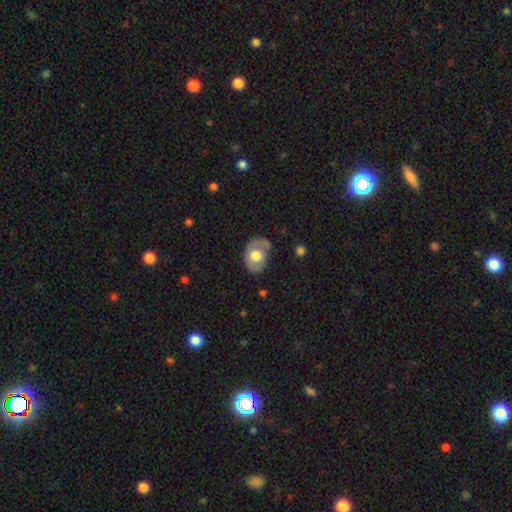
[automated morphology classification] Smooth or featured? smooth (57%)
How rounded? in between (74%)
Merging? none (66%)